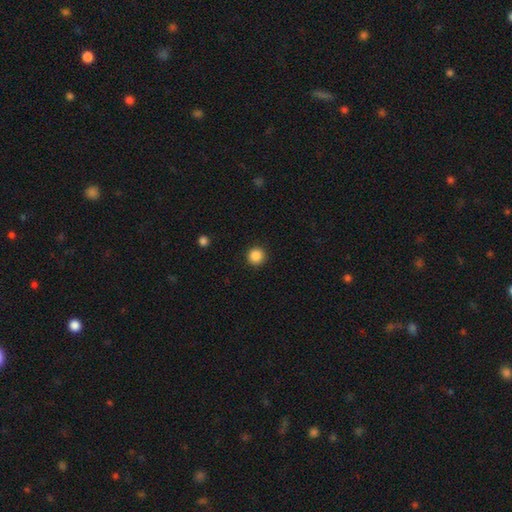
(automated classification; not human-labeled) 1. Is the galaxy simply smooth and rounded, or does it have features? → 87% smooth, 10% star or artifact, 3% featured or disk.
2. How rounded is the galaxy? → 96% round, 3% in between, 1% cigar-shaped.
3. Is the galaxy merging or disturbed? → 92% none, 5% minor disturbance, 2% major disturbance, 1% merger.